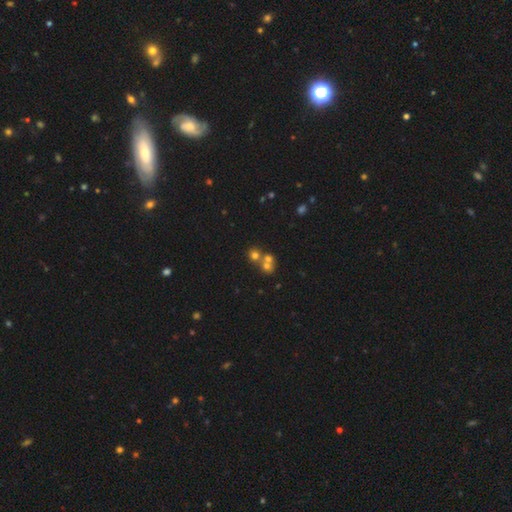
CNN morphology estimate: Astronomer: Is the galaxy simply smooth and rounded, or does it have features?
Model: smooth — 52% (runner-up: star or artifact, 31%).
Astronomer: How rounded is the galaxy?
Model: round — 84%.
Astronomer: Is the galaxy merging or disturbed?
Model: merger — 46% (runner-up: none, 45%).